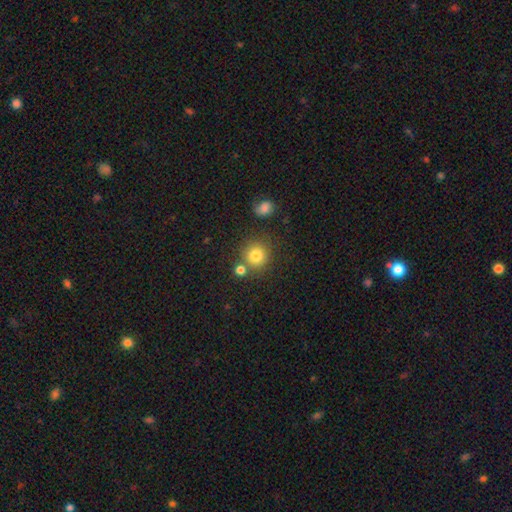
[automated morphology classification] smooth_or_featured: smooth (p=0.80) [alt: star or artifact p=0.12]
how_rounded: round (p=0.91) [alt: in between p=0.08]
merging: none (p=0.74) [alt: merger p=0.13]